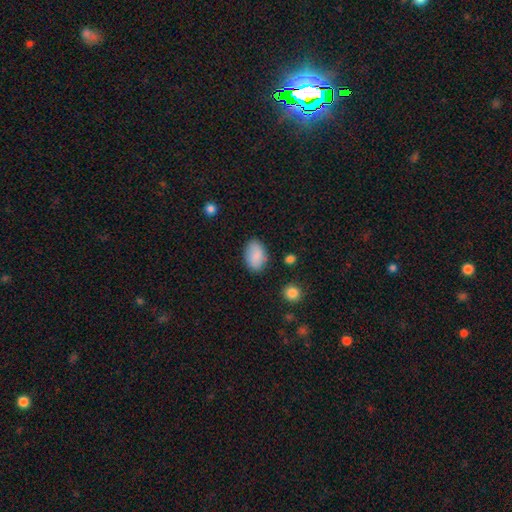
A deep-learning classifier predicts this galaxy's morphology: type=smooth (88%); roundness=in between (89%); merging=none (82%).